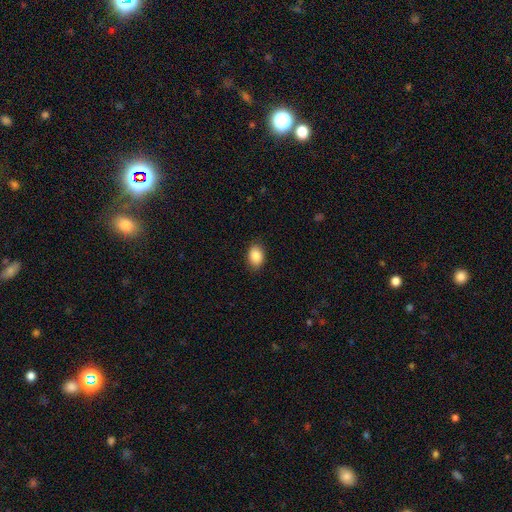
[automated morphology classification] Smooth or featured? smooth (88%)
How rounded? in between (77%)
Merging? none (86%)